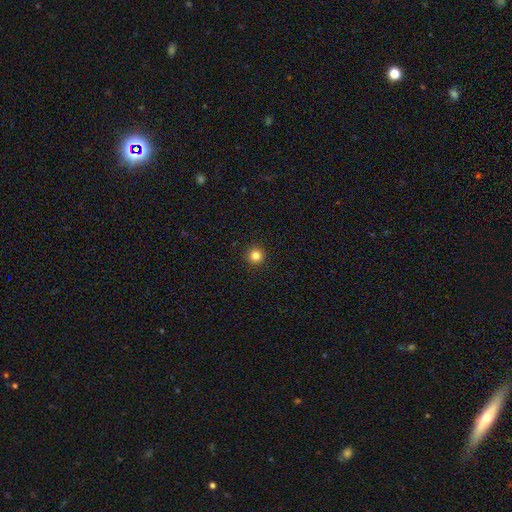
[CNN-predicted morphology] A smooth galaxy with no disk features (84%) that is round (96%). Merging: none (93%).